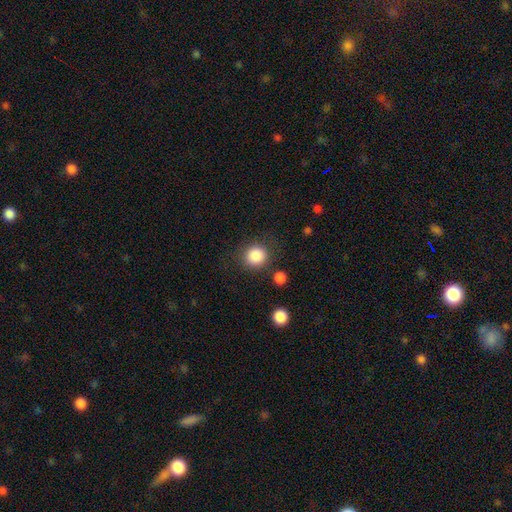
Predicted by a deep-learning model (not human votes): Q: Smooth or featured?
A: smooth (86%); runner-up: star or artifact (9%)
Q: How rounded?
A: round (88%); runner-up: in between (11%)
Q: Merging?
A: none (83%); runner-up: minor disturbance (9%)